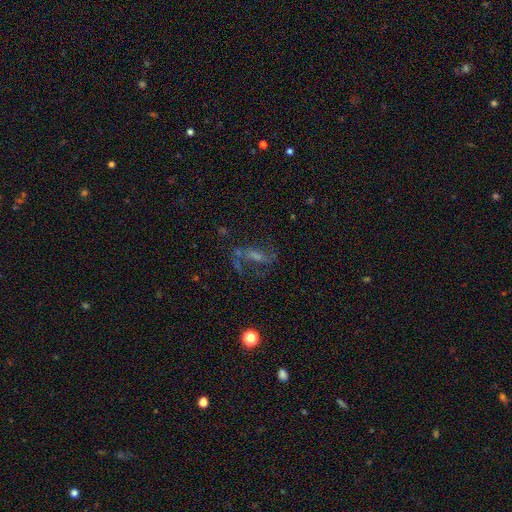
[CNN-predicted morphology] Smooth or featured: featured or disk — 62% (smooth — 20%)
Edge-on disk: no — 90% (yes — 10%)
Bar: weak — 41% (no — 30%)
Spiral arms: yes — 79% (no — 21%)
Bulge size: small — 34% (moderate — 29%)
Merging: none — 54% (major disturbance — 24%)